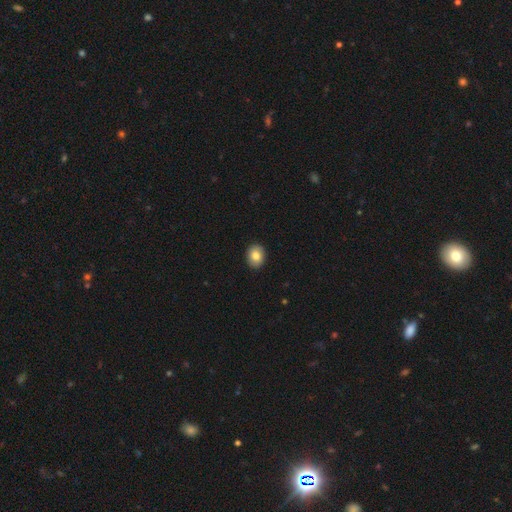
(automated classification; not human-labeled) Morphology: type=smooth (84%); roundness=in between (52%); merging=none (91%).